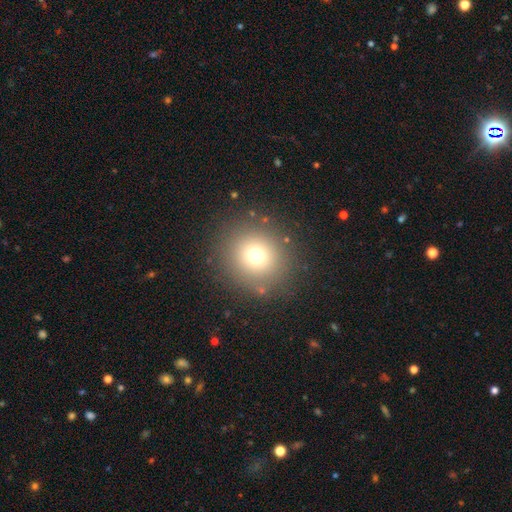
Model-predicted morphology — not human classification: This is likely a smooth galaxy (73%). How rounded: clearly round (89%). Merging: clearly none (87%).